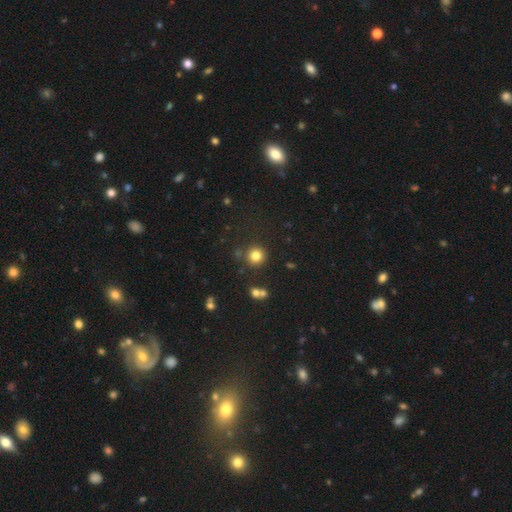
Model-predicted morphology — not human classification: Smooth or featured: smooth — 80% (star or artifact — 13%)
How rounded: round — 93% (in between — 6%)
Merging: none — 82% (minor disturbance — 8%)